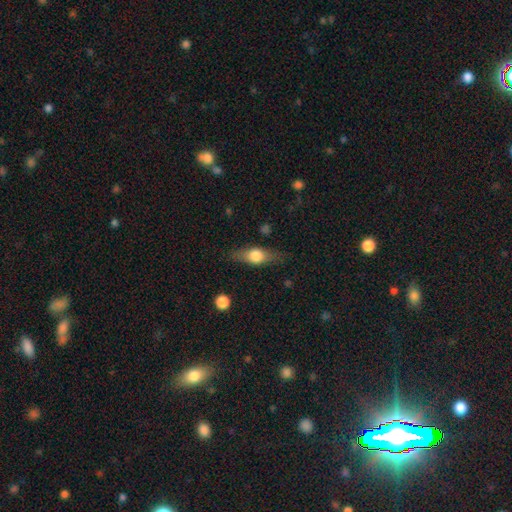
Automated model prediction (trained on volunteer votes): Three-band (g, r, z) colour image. It shows a smooth galaxy with no disk features (55%) that is in between round and cigar-shaped (60%). Merging: none (79%).